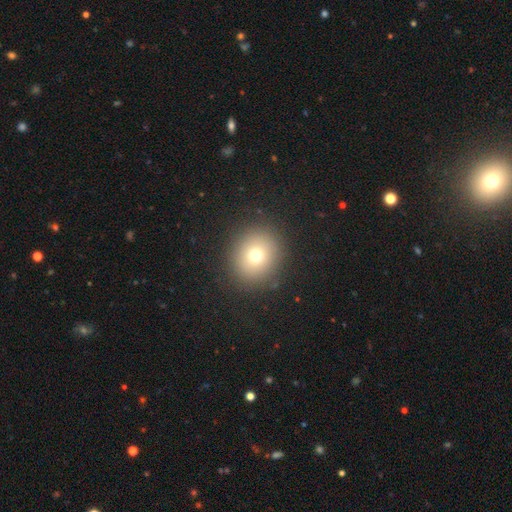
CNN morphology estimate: This appears to be a smooth galaxy with no disk features (73%) that is round (81%). Merging: none (89%).